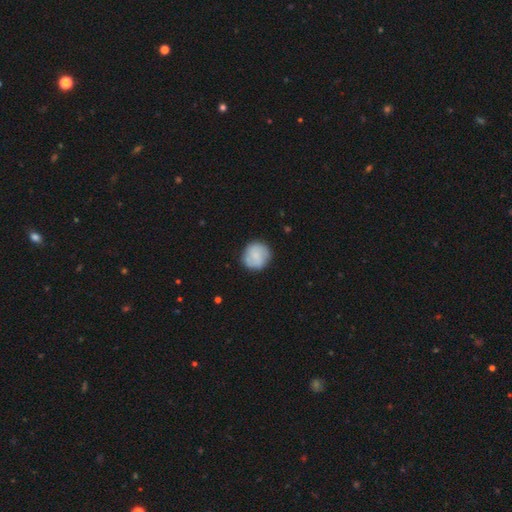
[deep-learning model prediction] A smooth galaxy with no disk features (70%) that is round (91%). Merging: none (84%).